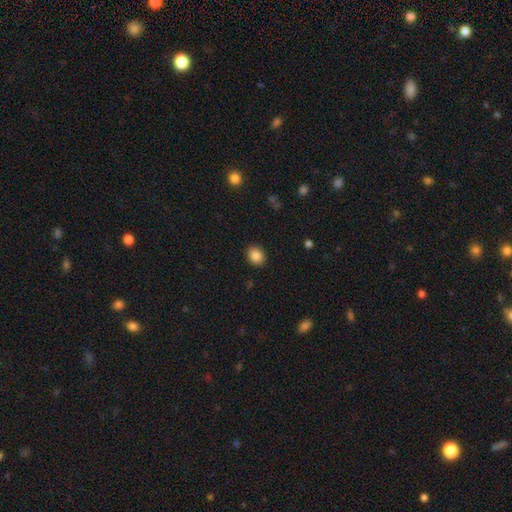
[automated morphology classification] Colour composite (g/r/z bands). It shows a smooth galaxy with no disk features (86%) that is round (60%). Merging: none (90%).